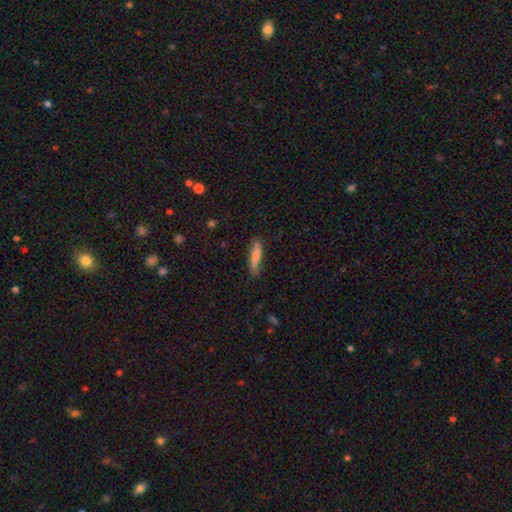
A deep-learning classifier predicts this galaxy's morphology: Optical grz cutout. It shows a smooth galaxy with no disk features (70%) that is cigar-shaped (87%). Merging: none (81%).